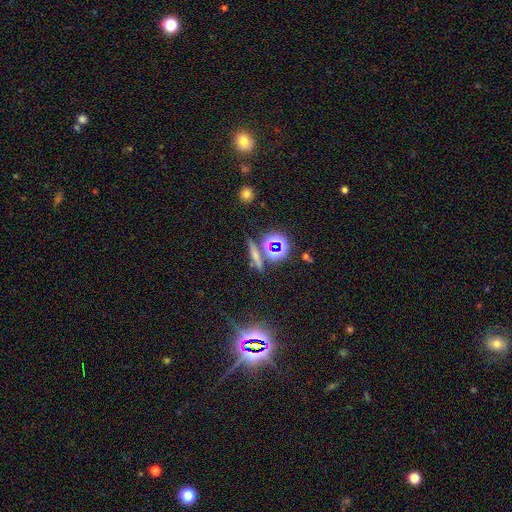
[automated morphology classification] The model was most divided on "smooth or featured": smooth: 41%, star or artifact: 34%, featured or disk: 25%. More confident: merging — none (77%).